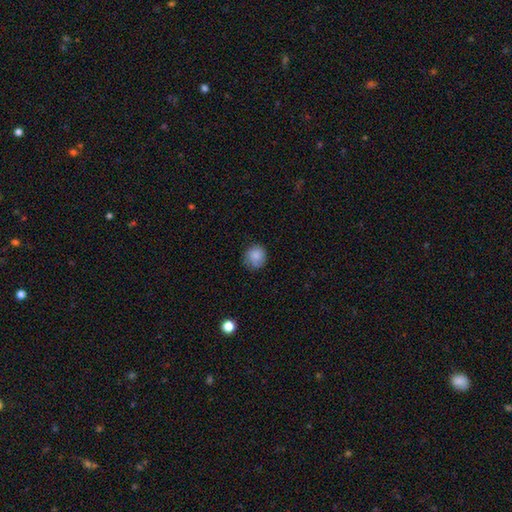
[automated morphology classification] Smooth or featured: smooth — 84% (star or artifact — 8%)
How rounded: round — 86% (in between — 13%)
Merging: none — 74% (minor disturbance — 20%)